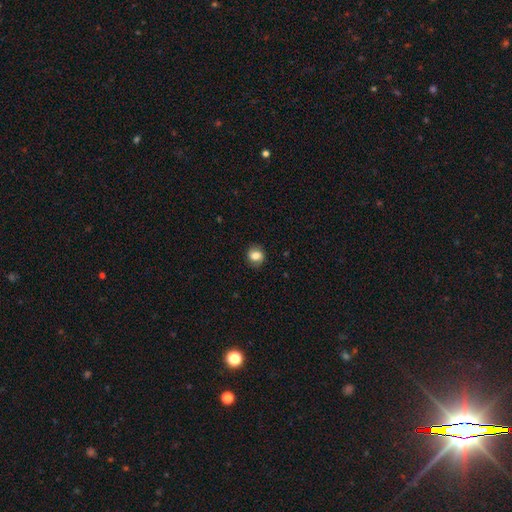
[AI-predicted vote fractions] smooth_or_featured: smooth (p=0.76) [alt: featured or disk p=0.15]
how_rounded: round (p=0.66) [alt: in between p=0.33]
merging: none (p=0.83) [alt: minor disturbance p=0.13]